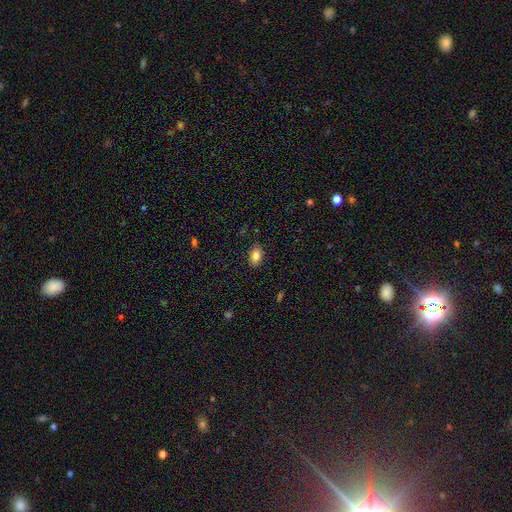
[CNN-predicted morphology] Smooth or featured: smooth — 82% (featured or disk — 9%)
How rounded: in between — 85% (round — 14%)
Merging: none — 85% (minor disturbance — 11%)